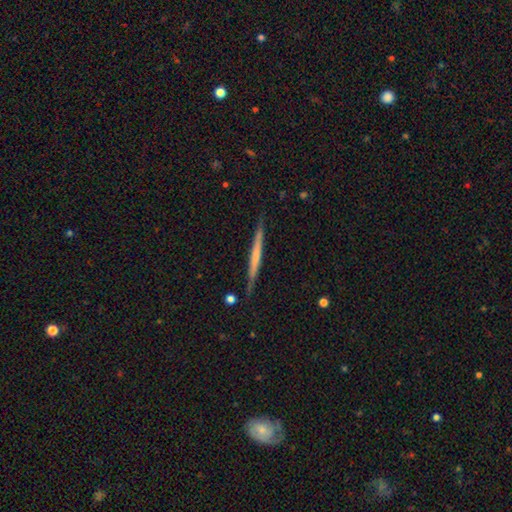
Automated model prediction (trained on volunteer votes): smooth-or-featured: featured or disk: 52% | smooth: 42% | star or artifact: 6%
  disk-edge-on: yes: 97% | no: 3%
    edge-on-bulge: none: 80% | rounded: 11% | boxy: 9%
  merging: none: 86% | minor disturbance: 11% | major disturbance: 2% | merger: 2%